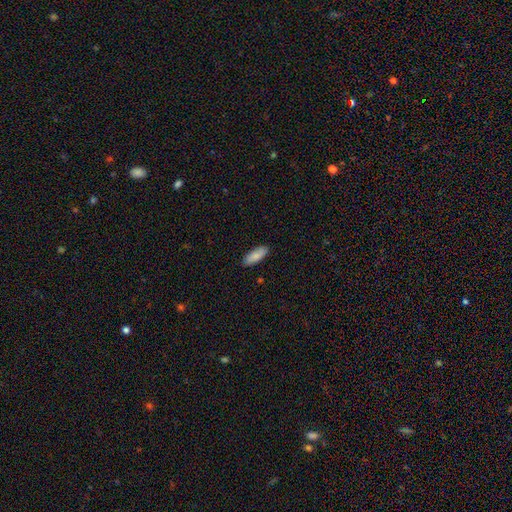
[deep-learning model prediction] The model was most divided on "how rounded": in between: 73%, cigar-shaped: 26%, round: 2%. More confident: merging — none (88%); smooth or featured — smooth (86%).